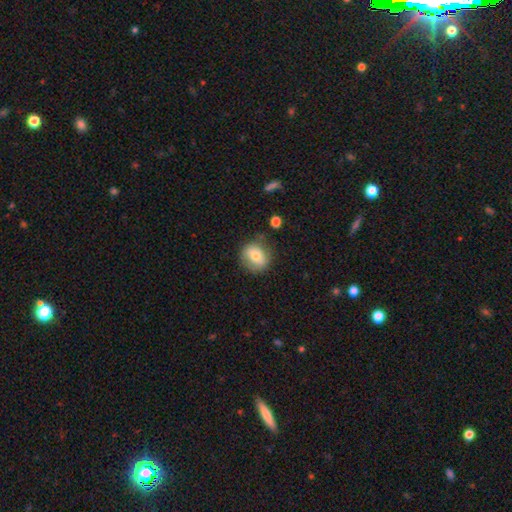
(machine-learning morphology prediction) type=smooth (69%); roundness=round (66%); merging=none (74%).